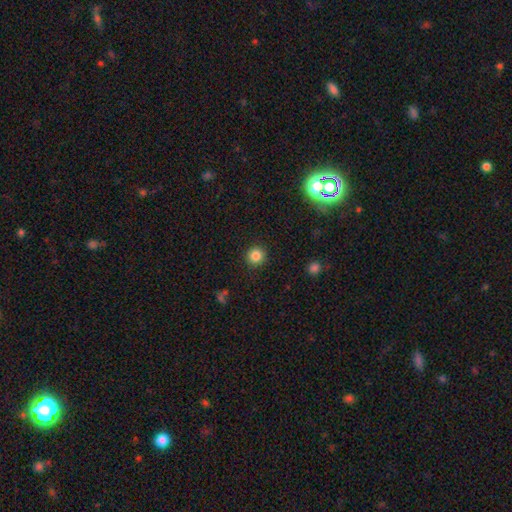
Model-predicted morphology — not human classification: Overall: smooth (84%). How rounded: round (94%). Merging: none (92%).